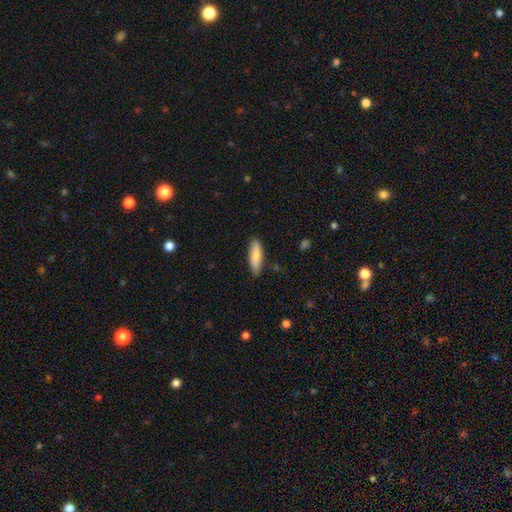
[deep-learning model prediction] Overall: smooth (83%). How rounded: in between (51%; cigar-shaped 47%). Merging: none (84%).